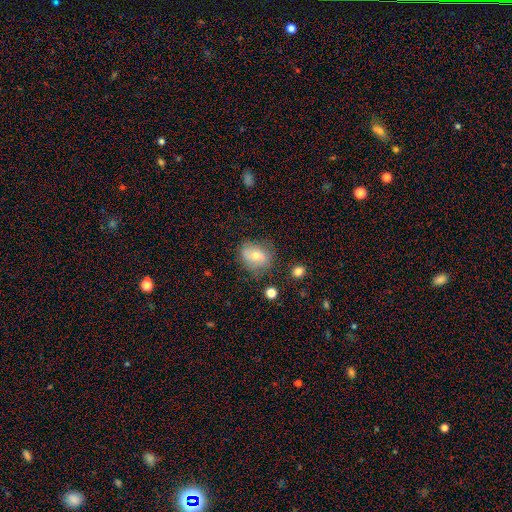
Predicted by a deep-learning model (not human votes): smooth 55%, featured or disk 36%, star or artifact 10%. Down the decision tree: how rounded — round (51%); merging — none (69%).